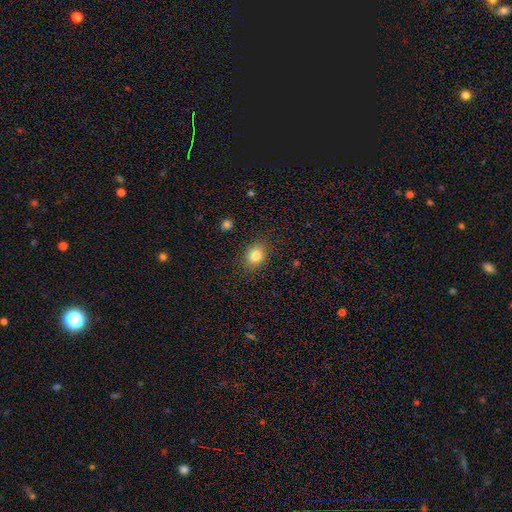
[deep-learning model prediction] This appears to be a smooth galaxy with no disk features (83%) that is round (55%). Merging: none (86%).